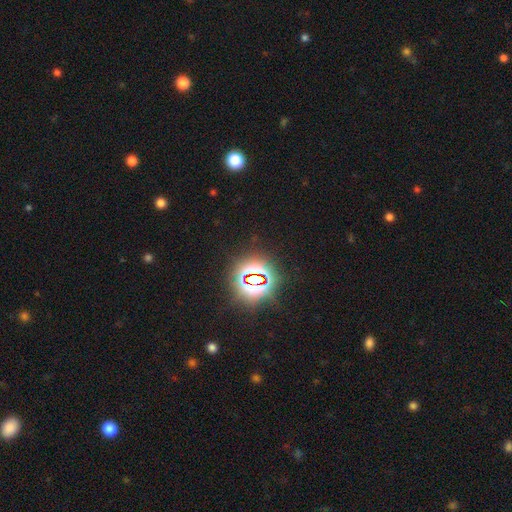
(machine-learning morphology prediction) smooth-or-featured: star or artifact: 79% | smooth: 14% | featured or disk: 7%